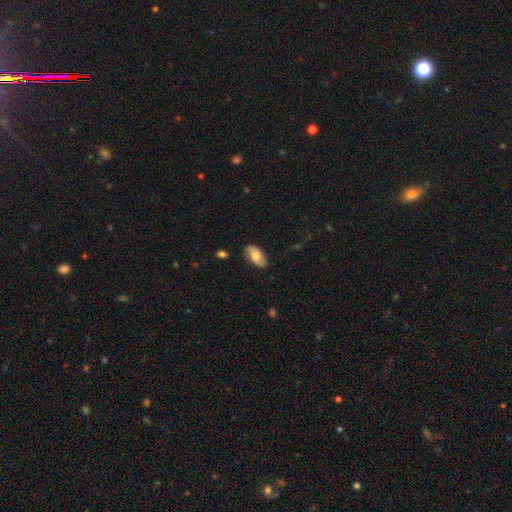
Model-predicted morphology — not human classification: This appears to be a smooth galaxy with no disk features (67%) that is in between round and cigar-shaped (93%). Merging: none (82%).